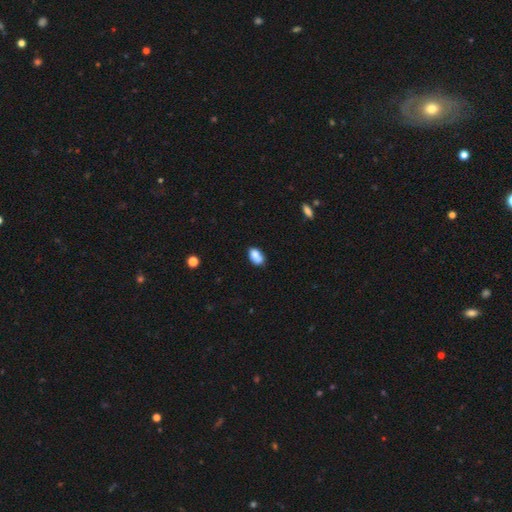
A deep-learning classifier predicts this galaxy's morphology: Smooth or featured?
  - smooth: 84% *
  - star or artifact: 9%
  - featured or disk: 8%
How rounded?
  - in between: 89% *
  - round: 9%
  - cigar-shaped: 2%
Merging?
  - none: 63% *
  - minor disturbance: 23%
  - merger: 9%
  - major disturbance: 5%